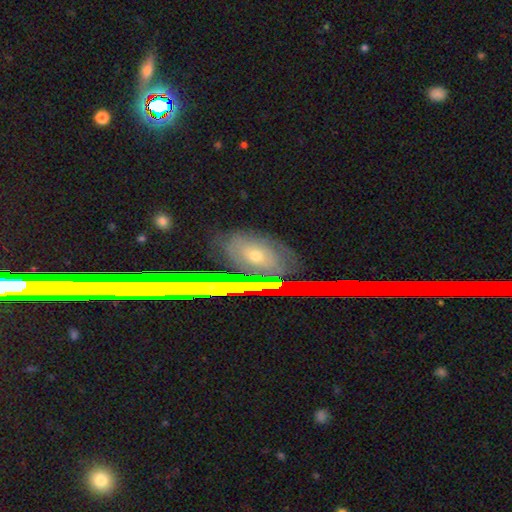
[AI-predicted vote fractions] Overall: smooth (35%; featured or disk 34%). Merging: none (82%).